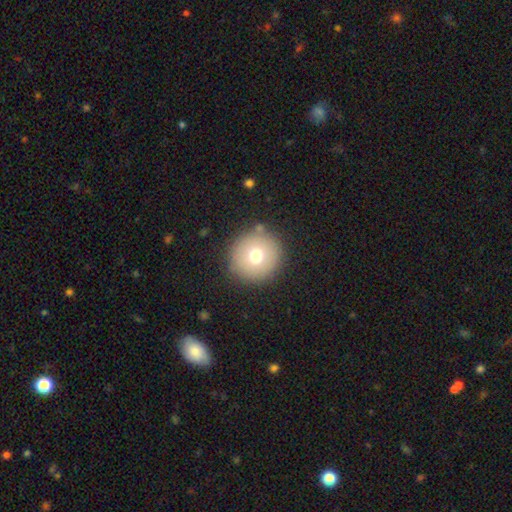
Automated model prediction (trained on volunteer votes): smooth-or-featured: smooth: 72% | featured or disk: 16% | star or artifact: 13%
  how-rounded: round: 95% | in between: 4% | cigar-shaped: 1%
  merging: none: 87% | minor disturbance: 7% | major disturbance: 3% | merger: 3%